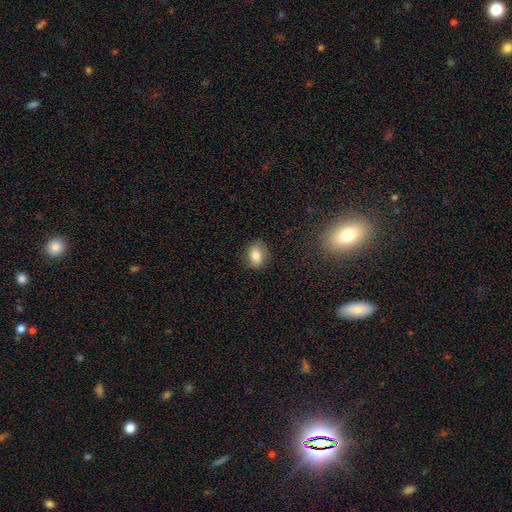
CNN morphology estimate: A smooth galaxy with no disk features (78%) that is in between round and cigar-shaped (64%).

Vote fractions:
- Smooth or featured? smooth: 78% / featured or disk: 12% / star or artifact: 10%
- How rounded? in between: 64% / round: 34% / cigar-shaped: 2%
- Merging? none: 82% / minor disturbance: 14% / major disturbance: 3% / merger: 1%